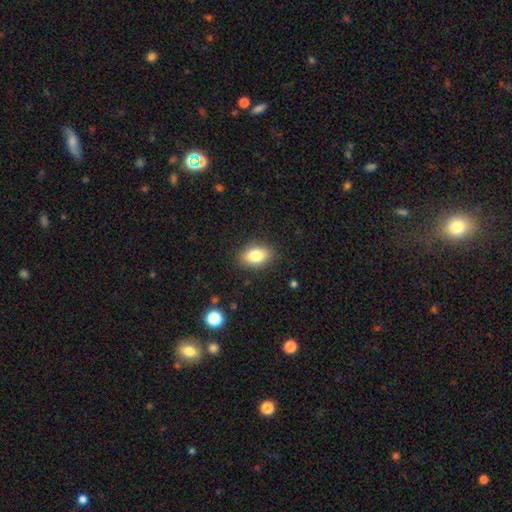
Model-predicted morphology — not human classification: smooth_or_featured: smooth (p=0.82) [alt: featured or disk p=0.10]
how_rounded: in between (p=0.86) [alt: round p=0.13]
merging: none (p=0.87) [alt: minor disturbance p=0.09]